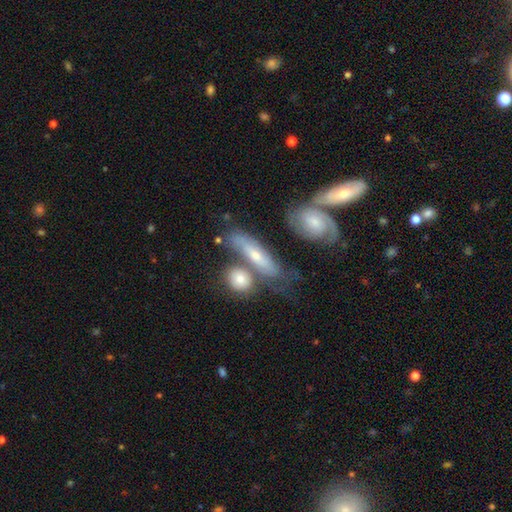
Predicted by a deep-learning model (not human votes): The model was most divided on "smooth or featured": featured or disk: 53%, smooth: 38%, star or artifact: 9%. Remaining: edge-on disk — no (64%); merging — none (49%).